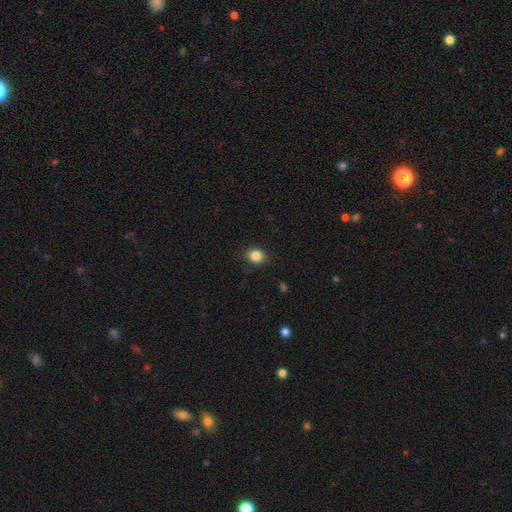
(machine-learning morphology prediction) This is clearly a smooth galaxy (84%). How rounded: possibly round (54%). Merging: clearly none (84%).